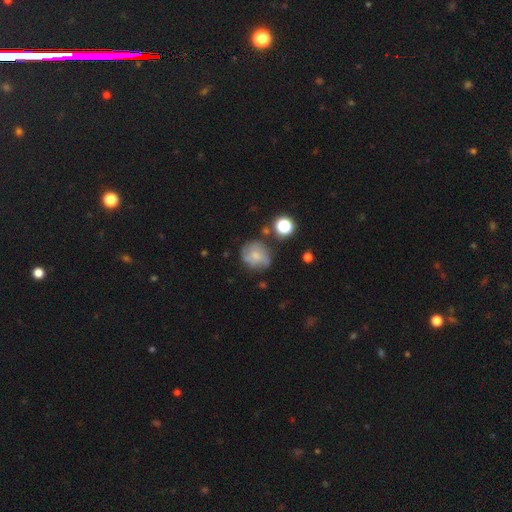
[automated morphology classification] Overall: smooth (60%; featured or disk 29%). How rounded: round (81%). Merging: none (62%; minor disturbance 23%).